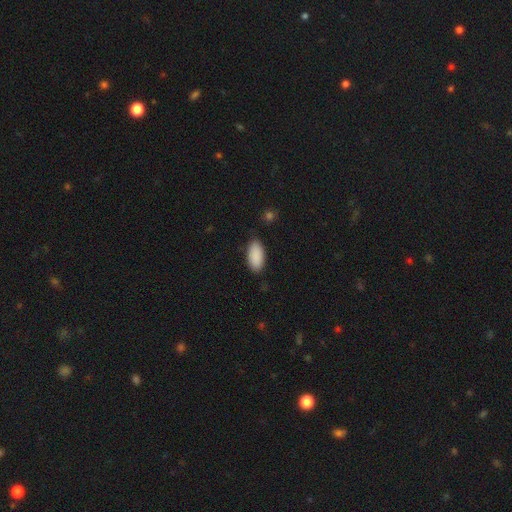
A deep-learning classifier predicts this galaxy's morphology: A smooth galaxy with no disk features (91%) that is in between round and cigar-shaped (93%).

Vote fractions:
- Smooth or featured? smooth: 91% / star or artifact: 6% / featured or disk: 3%
- How rounded? in between: 93% / cigar-shaped: 5% / round: 2%
- Merging? none: 86% / minor disturbance: 11% / major disturbance: 2% / merger: 1%